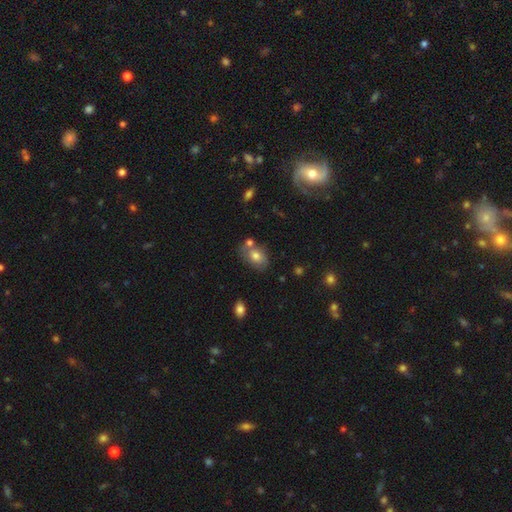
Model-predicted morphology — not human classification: Overall: smooth (69%). How rounded: in between (76%). Merging: none (56%; merger 20%).